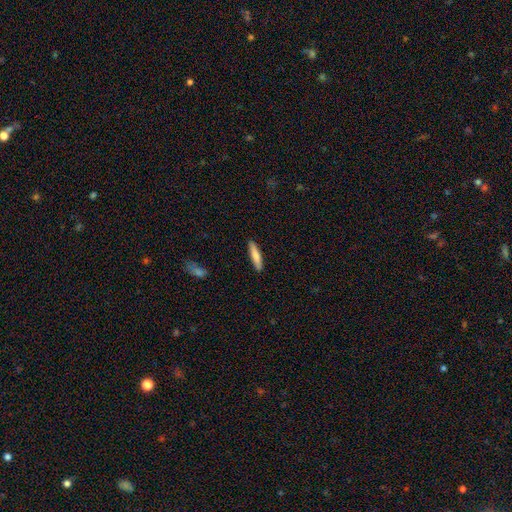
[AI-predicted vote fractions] Morphology: type=smooth (78%); roundness=cigar-shaped (84%); merging=none (89%).